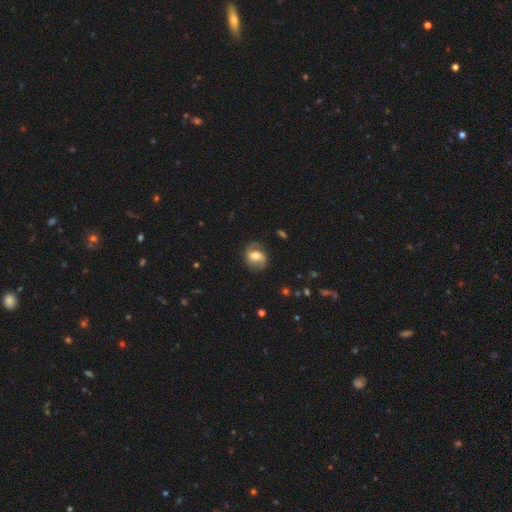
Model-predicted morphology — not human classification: Smooth or featured? featured or disk (75%)
Edge-on disk? no (97%)
Bar? weak (42%)
Spiral arms? yes (93%)
Spiral winding? medium (46%)
Spiral arm count? 2 (89%)
Bulge size? moderate (67%)
Merging? none (80%)